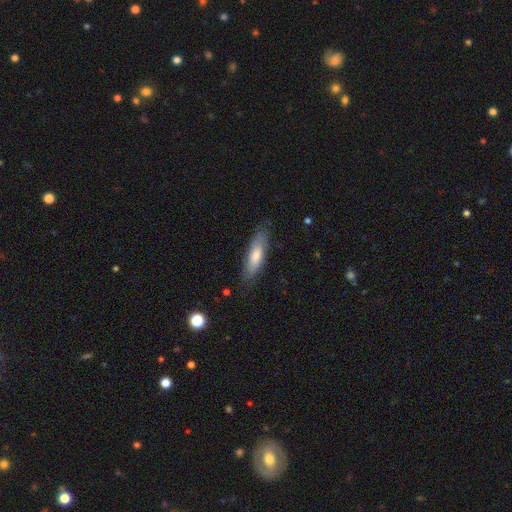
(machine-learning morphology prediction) Overall: smooth (67%). How rounded: cigar-shaped (62%; in between 36%). Merging: none (80%).